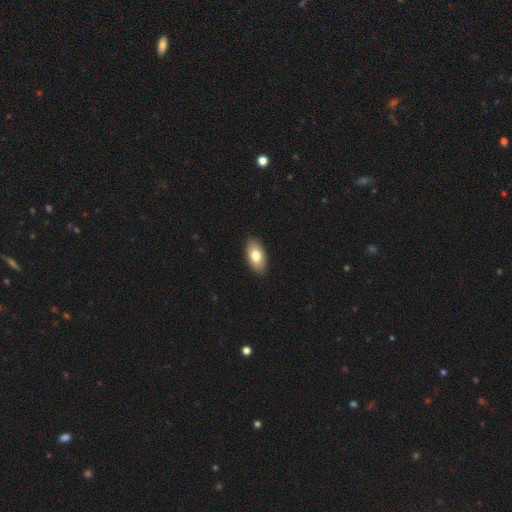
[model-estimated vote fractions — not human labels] smooth 78%, featured or disk 16%, star or artifact 6%. Down the decision tree: how rounded — in between (94%); merging — none (90%).